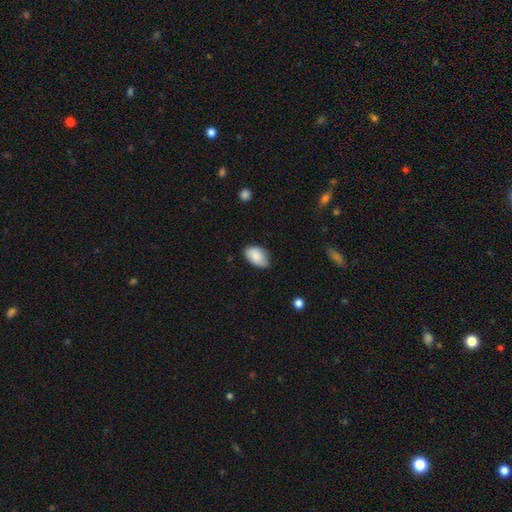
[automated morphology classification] smooth_or_featured: smooth (p=0.85) [alt: featured or disk p=0.08]
how_rounded: in between (p=0.91) [alt: round p=0.08]
merging: none (p=0.70) [alt: minor disturbance p=0.26]